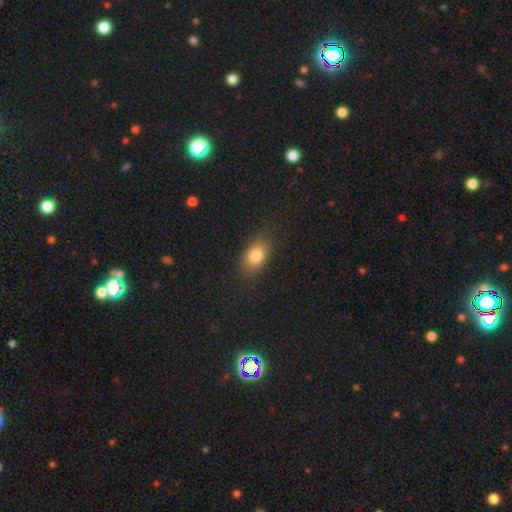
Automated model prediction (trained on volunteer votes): Smooth or featured: smooth — 80% (featured or disk — 11%)
How rounded: in between — 82% (round — 14%)
Merging: none — 83% (minor disturbance — 12%)